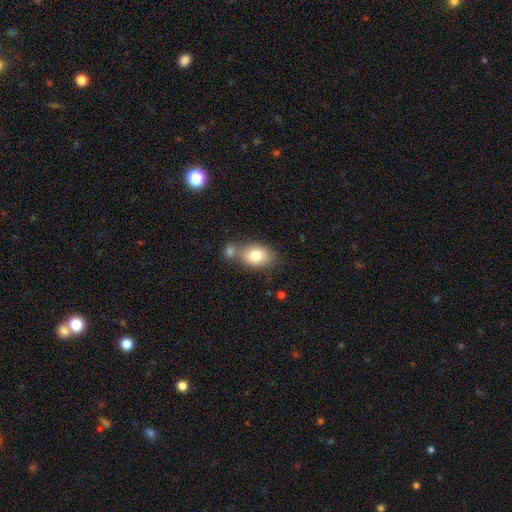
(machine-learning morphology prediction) This appears to be a smooth galaxy with no disk features (79%) that is in between round and cigar-shaped (82%). Merging: none (54%).